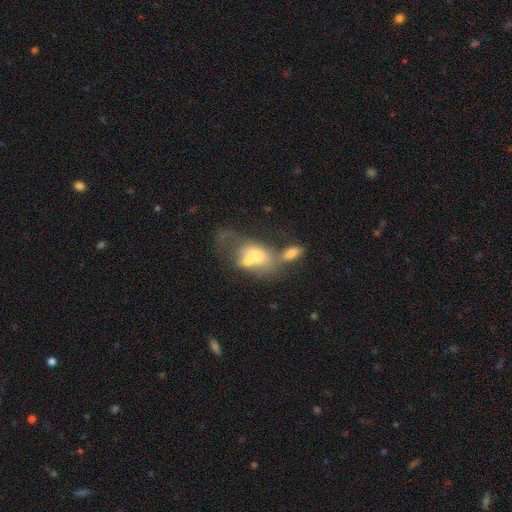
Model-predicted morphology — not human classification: Smooth or featured? Predicted: smooth (p=0.51). How rounded? Predicted: in between (p=0.82). Merging? Predicted: merger (p=0.54).